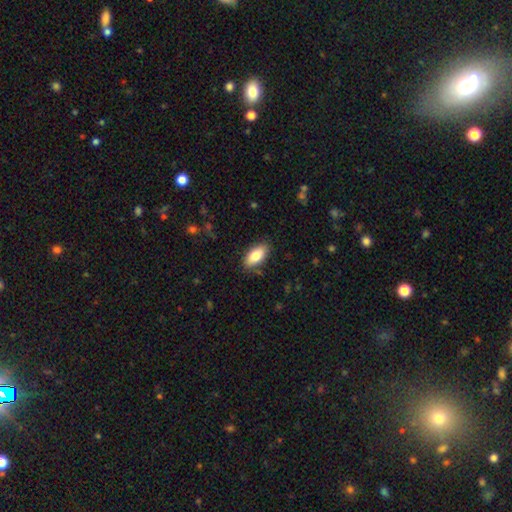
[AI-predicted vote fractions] Q: Smooth or featured?
A: smooth (81%); runner-up: featured or disk (13%)
Q: How rounded?
A: in between (89%); runner-up: cigar-shaped (9%)
Q: Merging?
A: none (86%); runner-up: minor disturbance (10%)